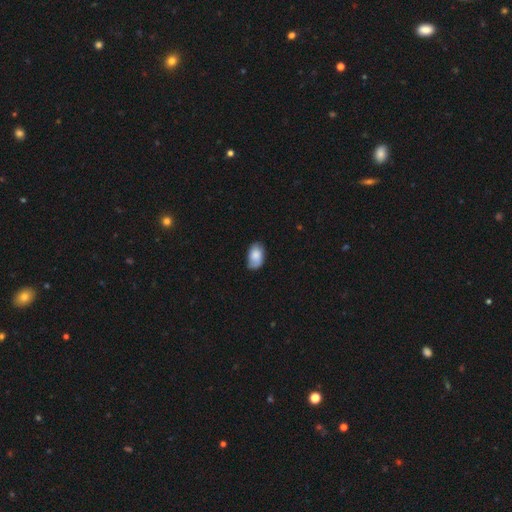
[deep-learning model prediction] Smooth or featured? smooth (76%)
How rounded? in between (91%)
Merging? none (66%)